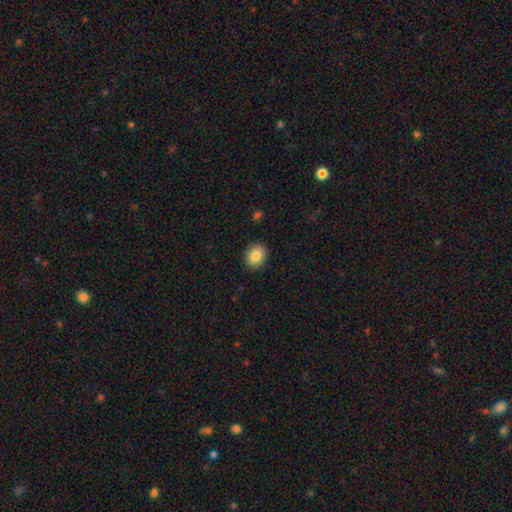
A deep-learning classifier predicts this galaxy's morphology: A smooth galaxy with no disk features (85%) that is in between round and cigar-shaped (52%). Merging: none (90%).